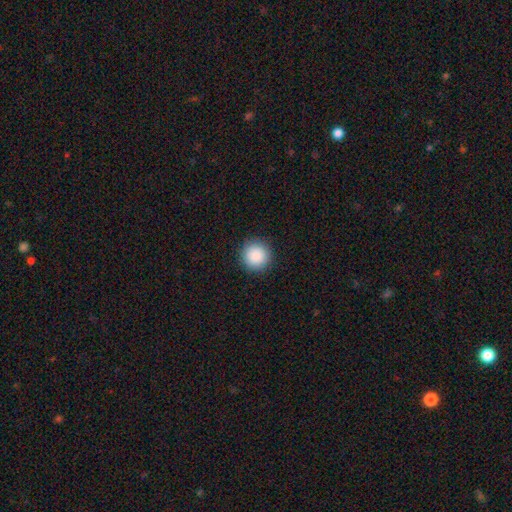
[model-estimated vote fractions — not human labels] Q: Smooth or featured?
A: smooth (89%); runner-up: star or artifact (8%)
Q: How rounded?
A: round (96%); runner-up: in between (3%)
Q: Merging?
A: none (92%); runner-up: minor disturbance (5%)